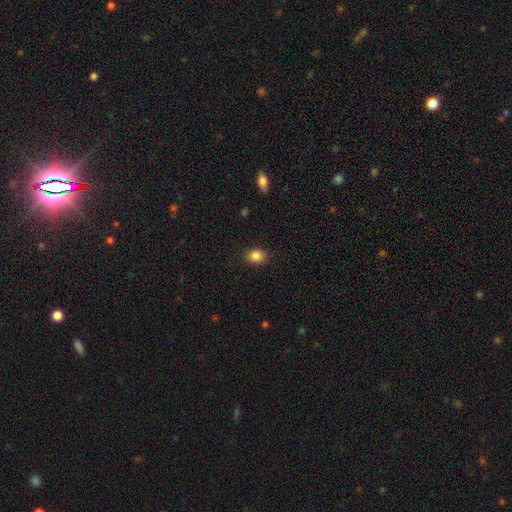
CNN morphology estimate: This appears to be a smooth galaxy with no disk features (86%) that is in between round and cigar-shaped (59%). Merging: none (87%).